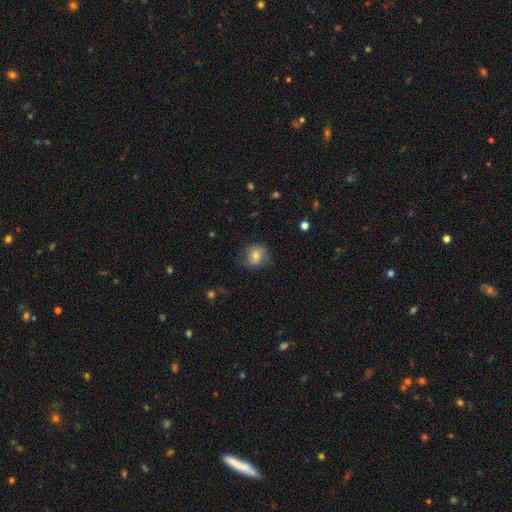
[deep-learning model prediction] Morphology: type=smooth (63%); roundness=round (75%); merging=none (67%).